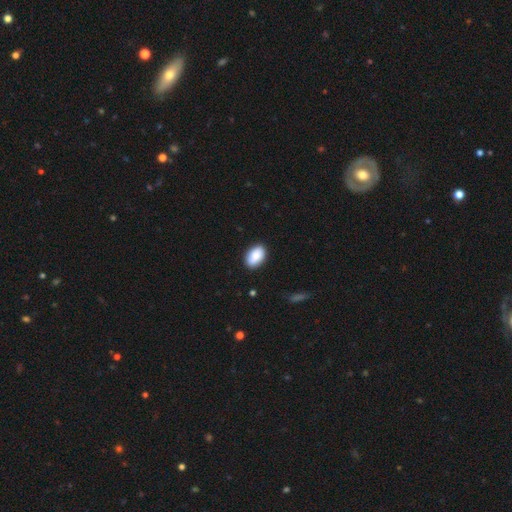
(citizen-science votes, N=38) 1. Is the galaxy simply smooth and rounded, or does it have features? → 84% smooth, 11% featured or disk, 5% star or artifact.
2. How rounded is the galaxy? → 88% in between, 9% round, 3% cigar-shaped.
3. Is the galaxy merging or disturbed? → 86% none, 8% minor disturbance, 3% major disturbance, 3% merger.